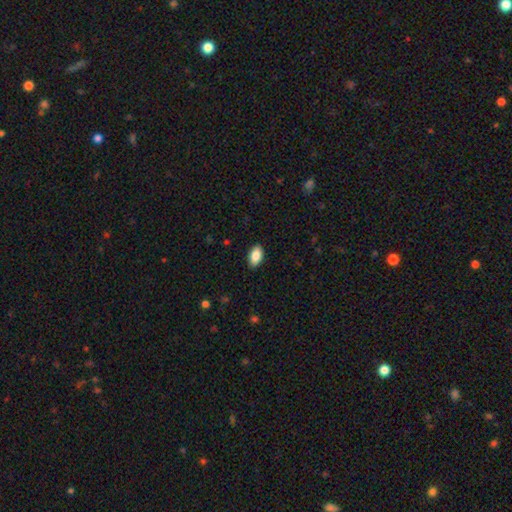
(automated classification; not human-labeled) A smooth galaxy with no disk features (86%) that is in between round and cigar-shaped (94%).

Vote fractions:
- Smooth or featured? smooth: 86% / star or artifact: 7% / featured or disk: 7%
- How rounded? in between: 94% / round: 4% / cigar-shaped: 3%
- Merging? none: 89% / minor disturbance: 8% / major disturbance: 2% / merger: 1%